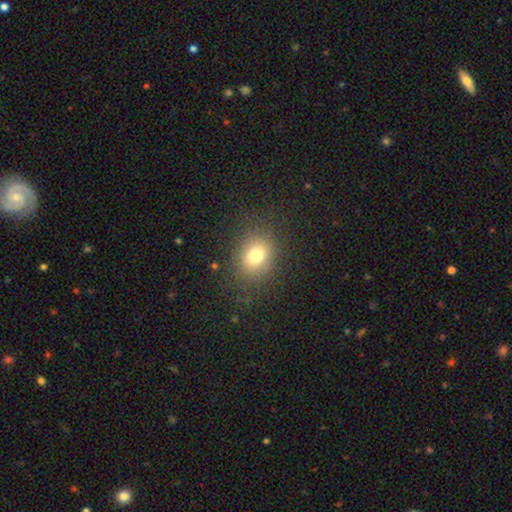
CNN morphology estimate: This appears to be a smooth galaxy with no disk features (75%) that is round (54%). Merging: none (83%).